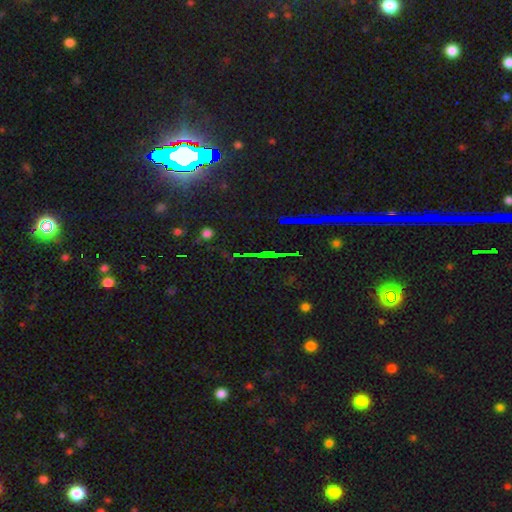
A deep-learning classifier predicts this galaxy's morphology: Overall: star or artifact (73%).